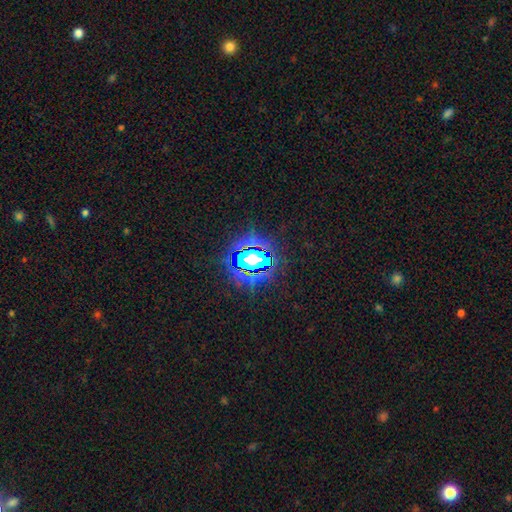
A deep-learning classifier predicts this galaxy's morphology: A star or artifact, not a galaxy (79%).